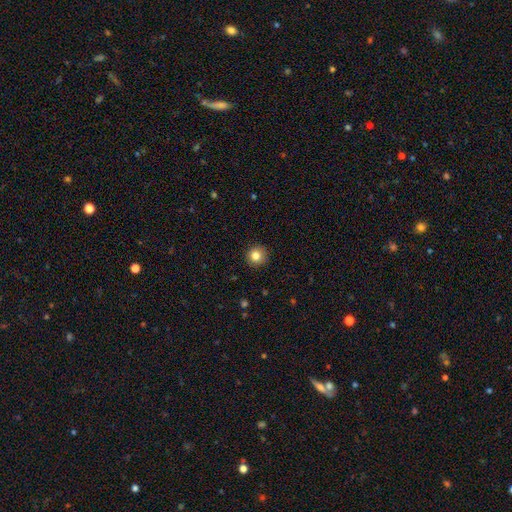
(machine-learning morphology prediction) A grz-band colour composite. It shows a smooth galaxy with no disk features (83%) that is round (94%). Merging: none (92%).